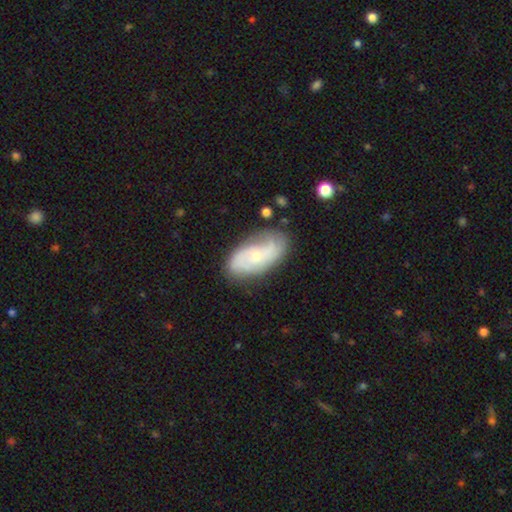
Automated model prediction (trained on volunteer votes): A featured or disk galaxy (63%) with no bar (68%), 2 (58%) medium (40%) spiral arms (86%) and a small central bulge (66%). Merging: none (70%).